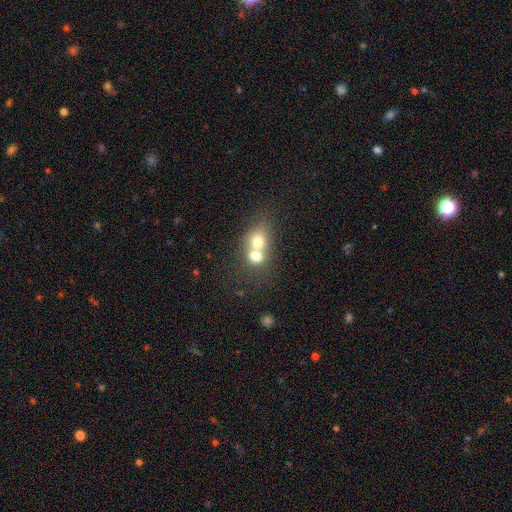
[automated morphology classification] Q: Smooth or featured?
A: smooth (67%); runner-up: featured or disk (23%)
Q: How rounded?
A: round (59%); runner-up: in between (40%)
Q: Merging?
A: merger (73%); runner-up: none (20%)